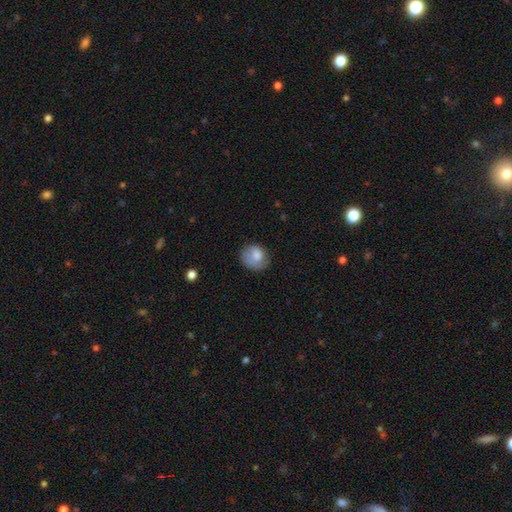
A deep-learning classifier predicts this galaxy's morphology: Q: Smooth or featured?
A: smooth (78%); runner-up: featured or disk (14%)
Q: How rounded?
A: round (68%); runner-up: in between (31%)
Q: Merging?
A: none (57%); runner-up: minor disturbance (28%)